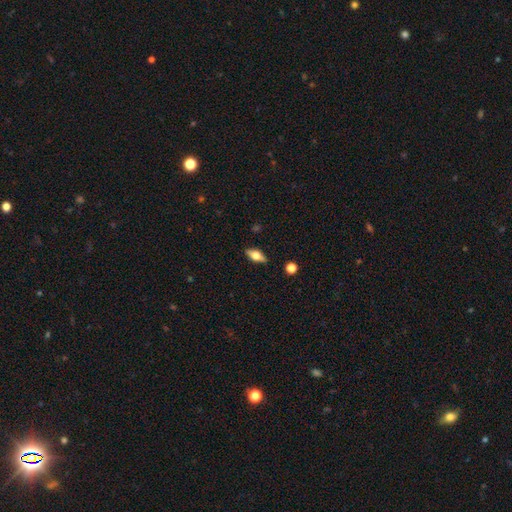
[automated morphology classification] Q: Smooth or featured?
A: smooth (53%); runner-up: featured or disk (39%)
Q: How rounded?
A: in between (77%); runner-up: cigar-shaped (19%)
Q: Merging?
A: none (88%); runner-up: minor disturbance (9%)